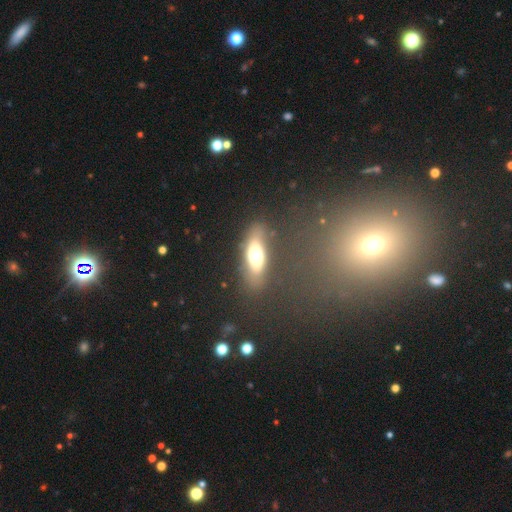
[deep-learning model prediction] smooth_or_featured: smooth (p=0.57) [alt: featured or disk p=0.34]
how_rounded: in between (p=0.58) [alt: cigar-shaped p=0.38]
merging: none (p=0.79) [alt: minor disturbance p=0.13]